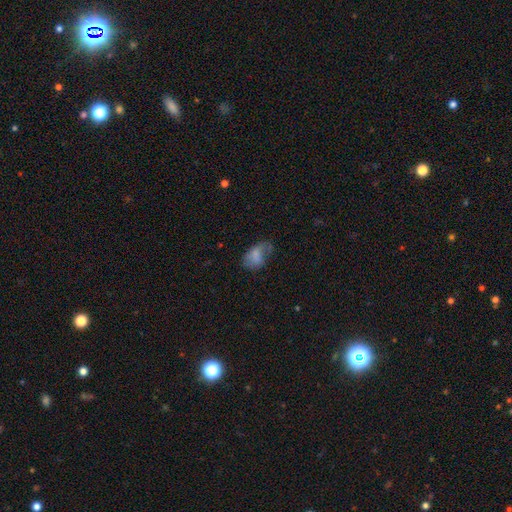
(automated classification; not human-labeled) A smooth galaxy with no disk features (65%) that is in between round and cigar-shaped (88%). Merging: none (38%).